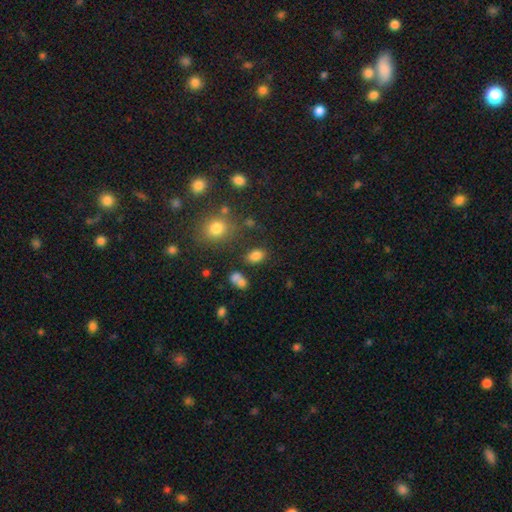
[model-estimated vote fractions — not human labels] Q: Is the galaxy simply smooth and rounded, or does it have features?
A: smooth — 81%.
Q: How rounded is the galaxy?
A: in between — 81%.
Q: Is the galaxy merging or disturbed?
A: none — 73%.